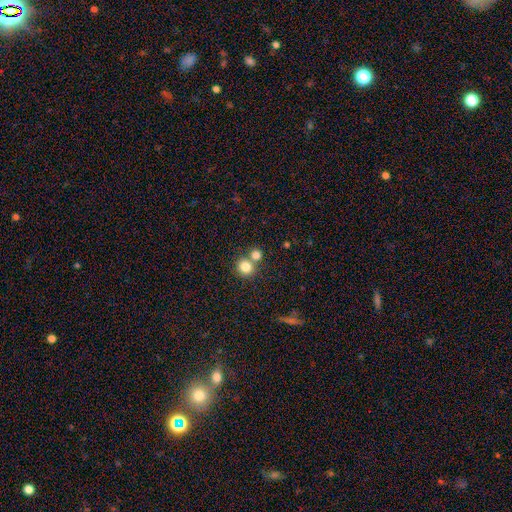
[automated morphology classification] Q: Smooth or featured?
A: smooth (80%); runner-up: star or artifact (12%)
Q: How rounded?
A: round (86%); runner-up: in between (13%)
Q: Merging?
A: none (55%); runner-up: merger (36%)